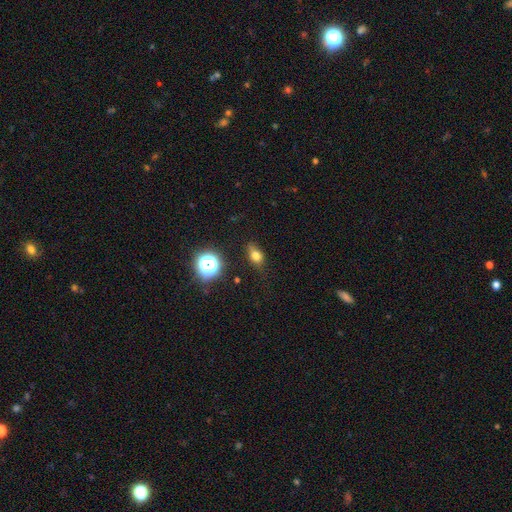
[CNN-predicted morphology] type=smooth (72%); roundness=in between (68%); merging=none (76%).